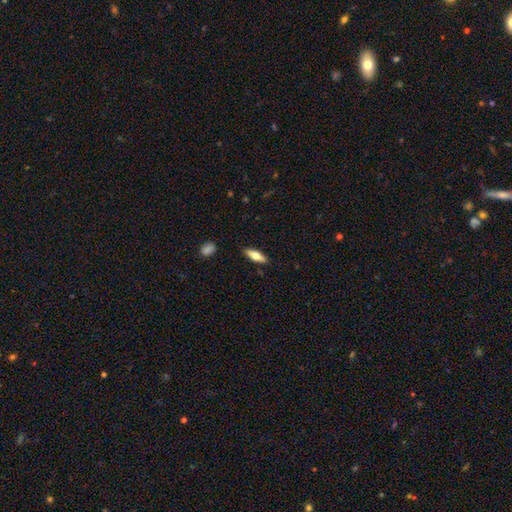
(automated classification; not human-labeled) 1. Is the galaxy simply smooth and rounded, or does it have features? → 59% smooth, 34% featured or disk, 6% star or artifact.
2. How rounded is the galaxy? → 53% in between, 44% cigar-shaped, 2% round.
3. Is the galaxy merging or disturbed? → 88% none, 8% minor disturbance, 2% major disturbance, 1% merger.